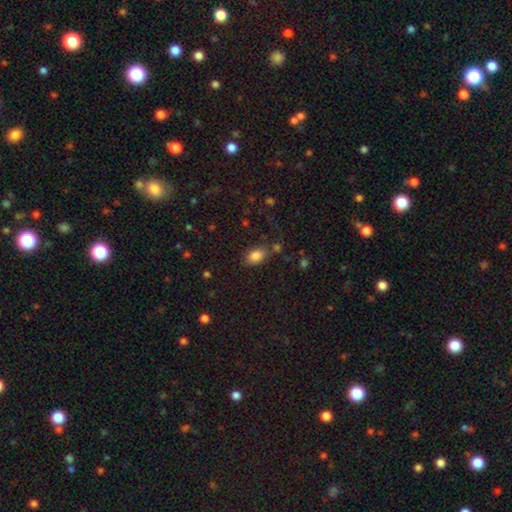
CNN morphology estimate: smooth 84%, star or artifact 9%, featured or disk 6%. Down the decision tree: how rounded — in between (87%); merging — none (73%).